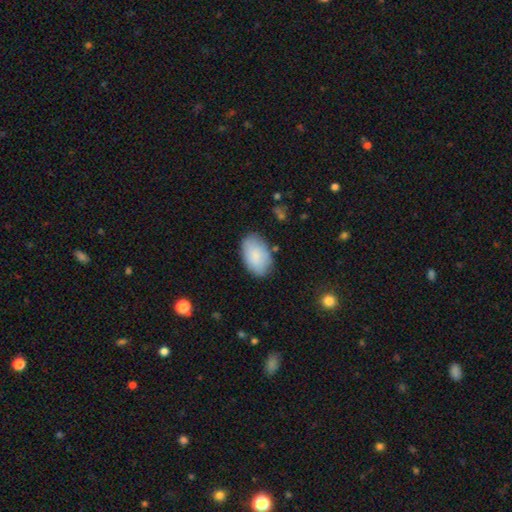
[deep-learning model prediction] Morphology: type=smooth (86%); roundness=in between (93%); merging=none (81%).